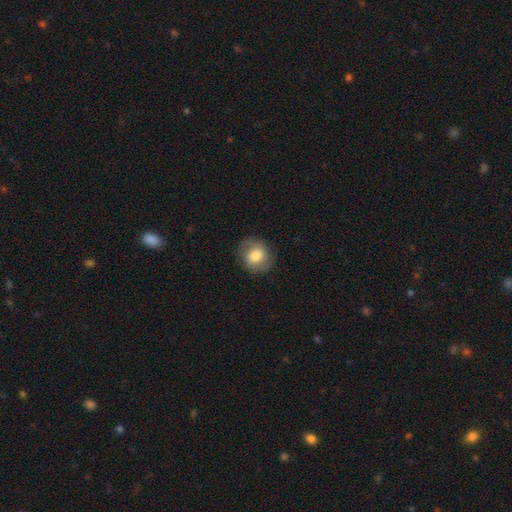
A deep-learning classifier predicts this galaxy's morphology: A smooth galaxy with no disk features (65%) that is round (76%).

Vote fractions:
- Smooth or featured? smooth: 65% / featured or disk: 27% / star or artifact: 8%
- How rounded? round: 76% / in between: 23% / cigar-shaped: 1%
- Merging? none: 82% / minor disturbance: 12% / major disturbance: 4% / merger: 1%